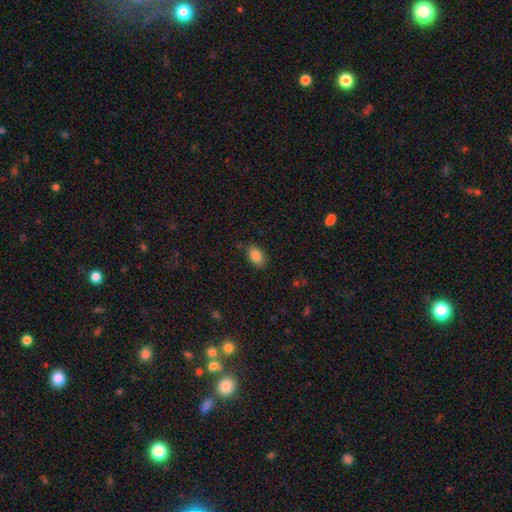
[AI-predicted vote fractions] A smooth galaxy with no disk features (86%) that is in between round and cigar-shaped (90%).

Vote fractions:
- Smooth or featured? smooth: 86% / star or artifact: 8% / featured or disk: 6%
- How rounded? in between: 90% / round: 8% / cigar-shaped: 2%
- Merging? none: 81% / minor disturbance: 14% / major disturbance: 3% / merger: 2%